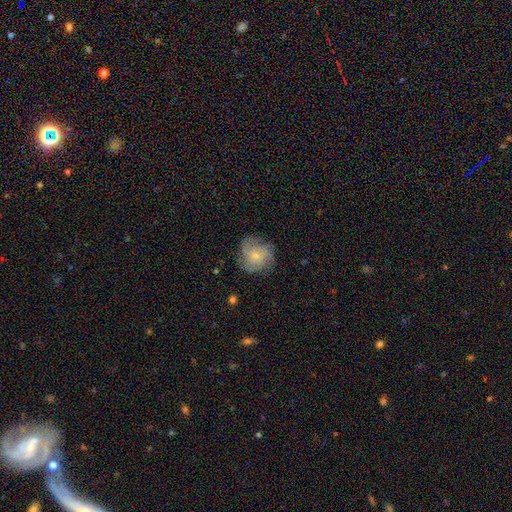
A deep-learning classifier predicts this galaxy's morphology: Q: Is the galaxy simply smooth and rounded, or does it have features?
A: featured or disk — 63%.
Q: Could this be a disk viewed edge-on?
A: no — 98%.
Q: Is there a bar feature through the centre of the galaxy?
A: no — 79%.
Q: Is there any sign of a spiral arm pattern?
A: yes — 91%.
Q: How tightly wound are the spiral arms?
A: tight — 52%.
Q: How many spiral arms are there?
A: can't tell — 30%.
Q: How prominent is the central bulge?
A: small — 67%.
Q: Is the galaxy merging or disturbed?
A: none — 71%.